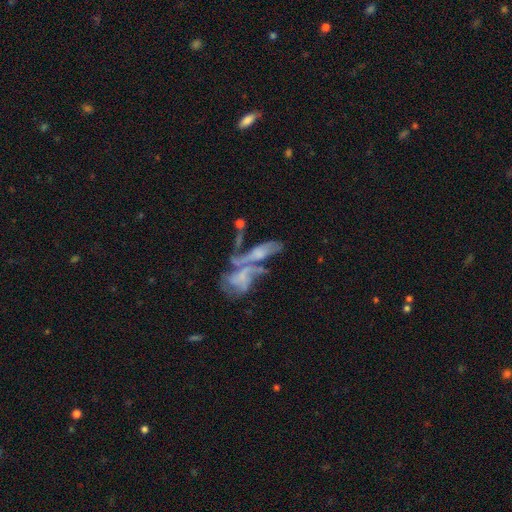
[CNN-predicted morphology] Smooth or featured: featured or disk — 60% (smooth — 26%)
Edge-on disk: no — 80% (yes — 20%)
Merging: merger — 56% (none — 22%)